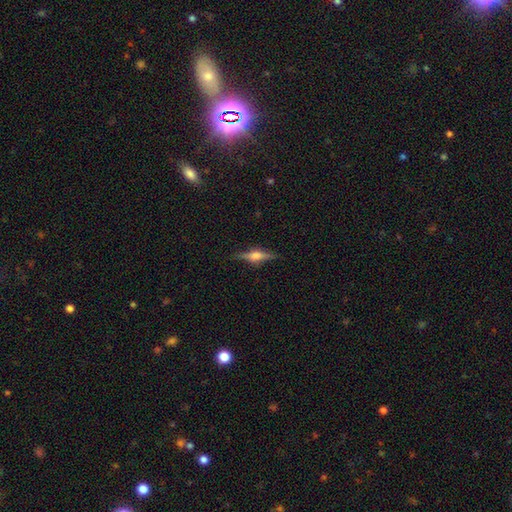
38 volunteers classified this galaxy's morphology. Smooth or featured?
  - featured or disk: 61% *
  - smooth: 32%
  - star or artifact: 8%
Edge-on disk?
  - yes: 91% *
  - no: 9%
Edge-on bulge?
  - rounded: 86% *
  - boxy: 14%
  - none: 0%
Merging?
  - none: 77% *
  - minor disturbance: 20%
  - major disturbance: 3%
  - merger: 0%